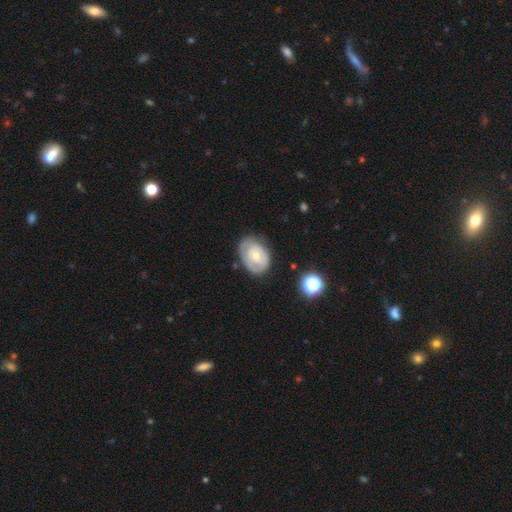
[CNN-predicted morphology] This is possibly a smooth galaxy (50%). Merging: likely none (64%).